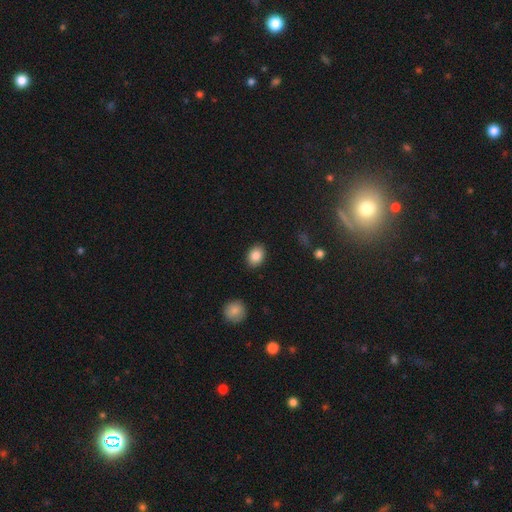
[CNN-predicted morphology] type=smooth (87%); roundness=in between (72%); merging=none (89%).